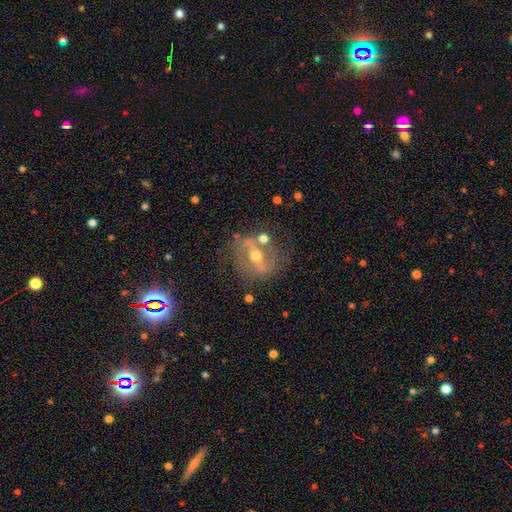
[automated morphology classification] This appears to be a featured or disk galaxy (76%) with a strong bar (63%), spiral arms (65%) and a moderate central bulge (65%). Merging: none (68%).